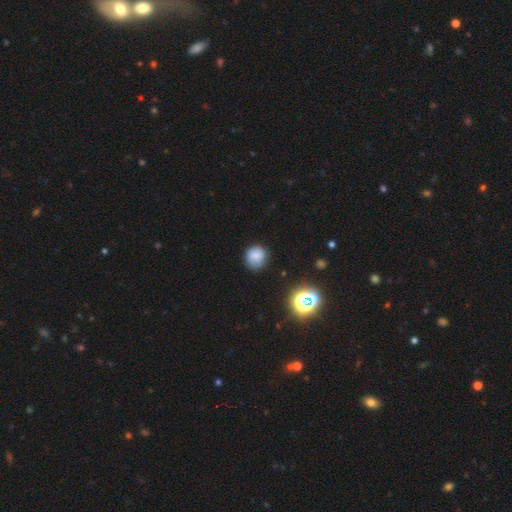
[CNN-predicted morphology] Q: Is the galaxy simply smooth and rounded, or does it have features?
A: smooth — 76%.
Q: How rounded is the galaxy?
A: round — 84%.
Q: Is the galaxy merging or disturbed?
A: none — 77%.